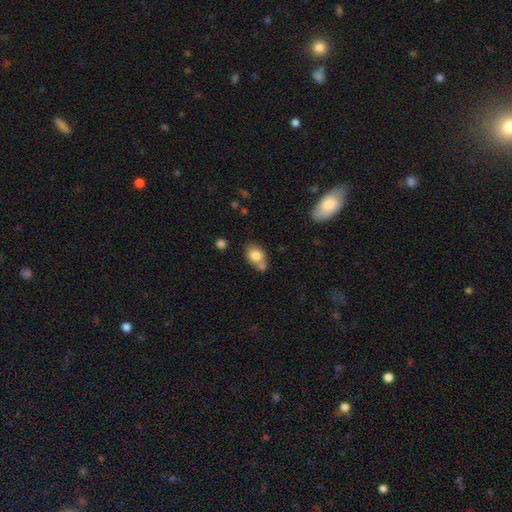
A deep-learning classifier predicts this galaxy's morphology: smooth_or_featured: smooth (p=0.81) [alt: featured or disk p=0.10]
how_rounded: in between (p=0.59) [alt: round p=0.40]
merging: none (p=0.49) [alt: merger p=0.32]